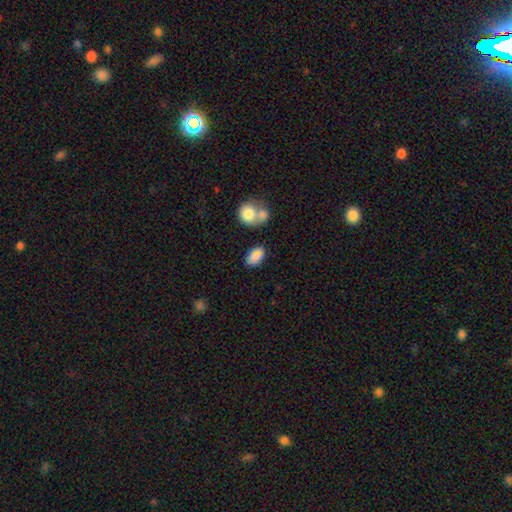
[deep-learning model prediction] The model was most divided on "merging": none: 72%, minor disturbance: 14%, merger: 10%, major disturbance: 4%. More confident: how rounded — in between (91%); smooth or featured — smooth (86%).